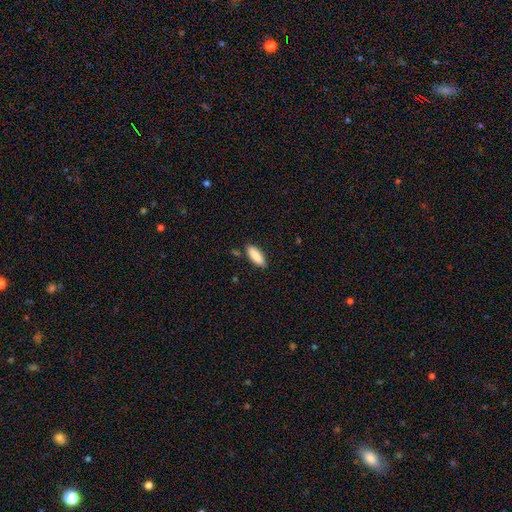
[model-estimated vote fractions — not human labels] Smooth or featured: smooth — 88% (featured or disk — 6%)
How rounded: in between — 64% (cigar-shaped — 34%)
Merging: none — 84% (minor disturbance — 11%)